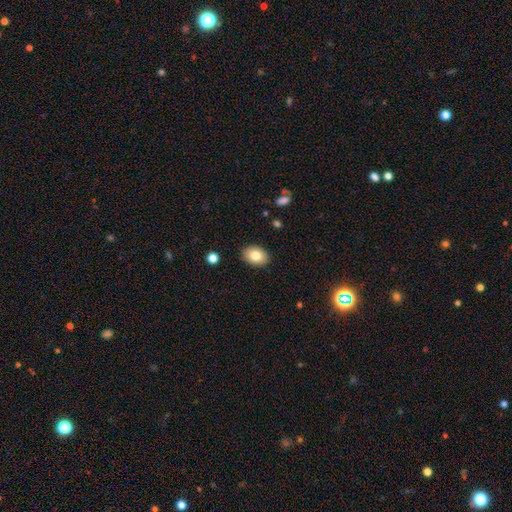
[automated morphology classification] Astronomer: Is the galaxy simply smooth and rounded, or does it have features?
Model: smooth — 81%.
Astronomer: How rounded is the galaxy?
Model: in between — 79%.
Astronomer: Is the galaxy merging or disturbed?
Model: none — 88%.